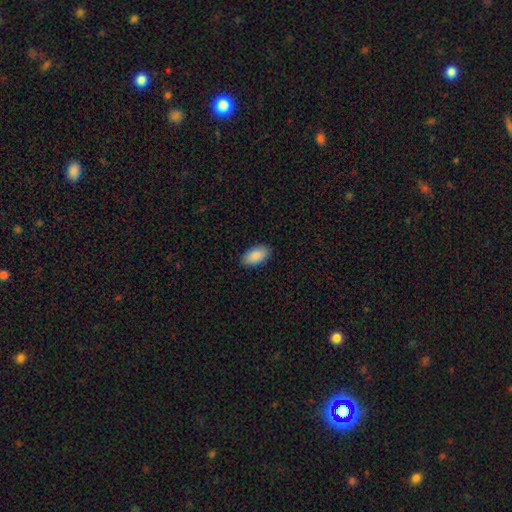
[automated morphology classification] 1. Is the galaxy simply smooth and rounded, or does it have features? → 90% smooth, 6% star or artifact, 4% featured or disk.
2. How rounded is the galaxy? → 95% in between, 3% cigar-shaped, 3% round.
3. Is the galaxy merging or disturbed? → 88% none, 9% minor disturbance, 2% major disturbance, 1% merger.